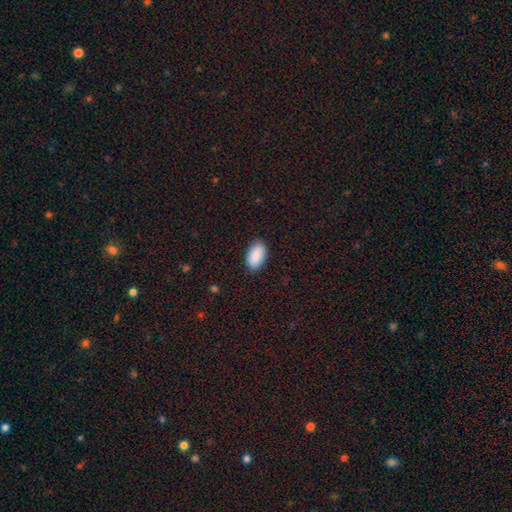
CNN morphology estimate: Smooth or featured?
  - smooth: 90% *
  - star or artifact: 6%
  - featured or disk: 4%
How rounded?
  - in between: 95% *
  - round: 3%
  - cigar-shaped: 2%
Merging?
  - none: 87% *
  - minor disturbance: 10%
  - major disturbance: 2%
  - merger: 1%